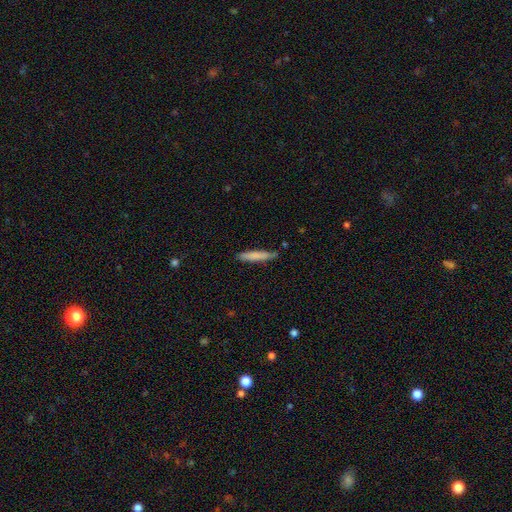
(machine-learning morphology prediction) A smooth galaxy with no disk features (78%) that is cigar-shaped (91%).

Vote fractions:
- Smooth or featured? smooth: 78% / featured or disk: 17% / star or artifact: 6%
- How rounded? cigar-shaped: 91% / in between: 7% / round: 1%
- Merging? none: 81% / minor disturbance: 14% / merger: 2% / major disturbance: 2%